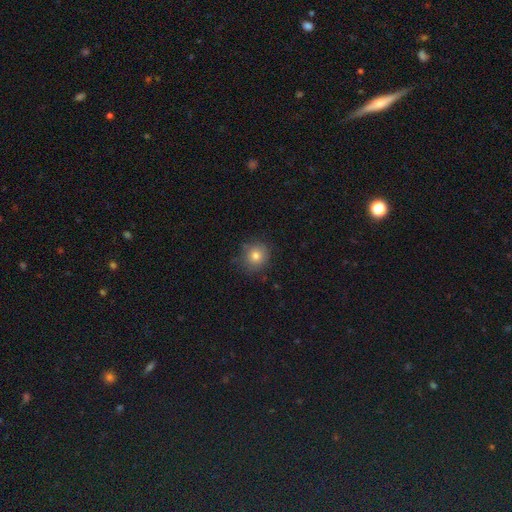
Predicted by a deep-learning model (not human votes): Smooth or featured: smooth — 79% (star or artifact — 12%)
How rounded: round — 89% (in between — 10%)
Merging: none — 80% (minor disturbance — 15%)